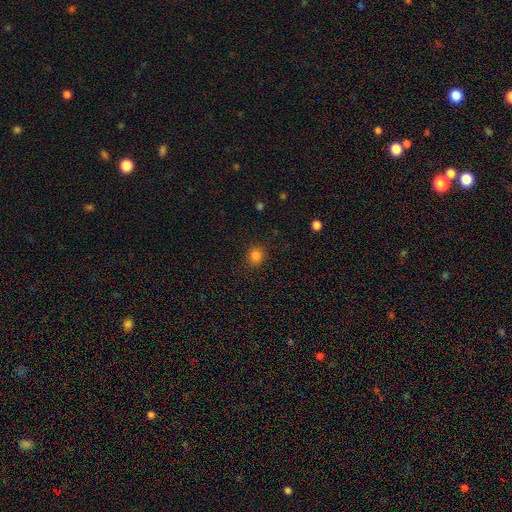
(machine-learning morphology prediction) smooth_or_featured: smooth (p=0.83) [alt: star or artifact p=0.13]
how_rounded: round (p=0.87) [alt: in between p=0.12]
merging: none (p=0.89) [alt: minor disturbance p=0.07]